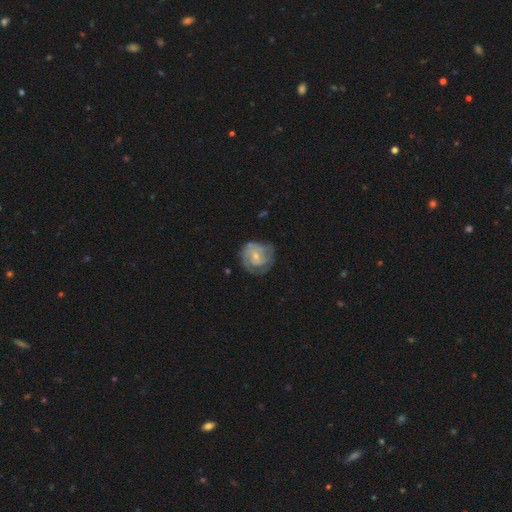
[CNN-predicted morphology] A featured or disk galaxy (65%) with no bar (61%), tight (57%) spiral arms (82%) and a small central bulge (62%). Merging: none (62%).